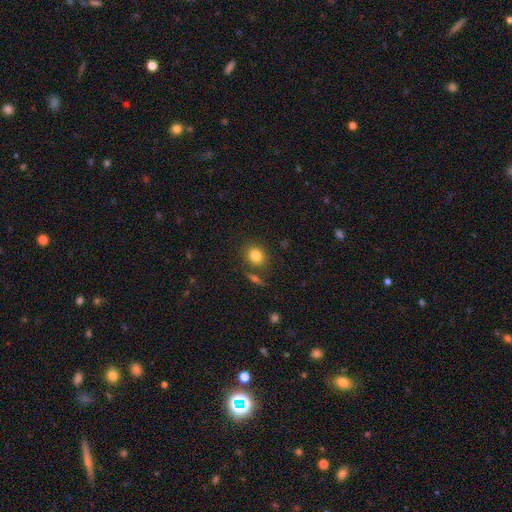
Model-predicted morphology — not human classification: Smooth or featured: smooth — 82% (star or artifact — 10%)
How rounded: round — 62% (in between — 37%)
Merging: none — 77% (minor disturbance — 10%)